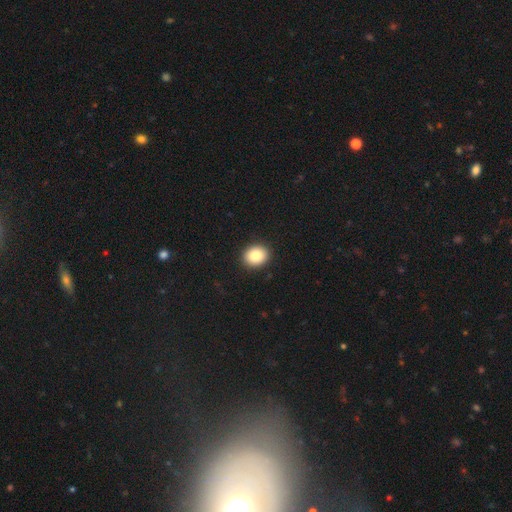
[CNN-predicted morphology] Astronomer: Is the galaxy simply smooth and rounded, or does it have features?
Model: smooth — 87%.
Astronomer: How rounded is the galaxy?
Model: round — 54% (runner-up: in between, 45%).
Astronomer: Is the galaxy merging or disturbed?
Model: none — 91%.